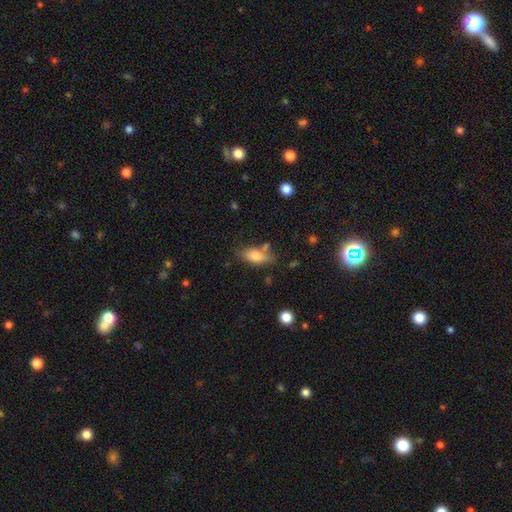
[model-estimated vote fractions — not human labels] smooth_or_featured: smooth (p=0.76) [alt: featured or disk p=0.16]
how_rounded: in between (p=0.80) [alt: cigar-shaped p=0.16]
merging: none (p=0.61) [alt: minor disturbance p=0.21]